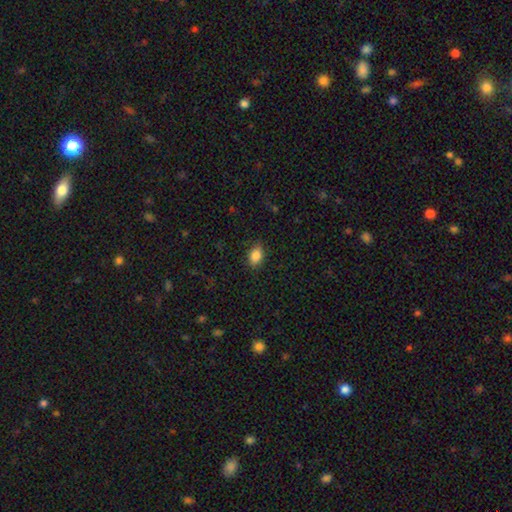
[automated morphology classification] Smooth or featured? smooth (85%)
How rounded? in between (83%)
Merging? none (84%)